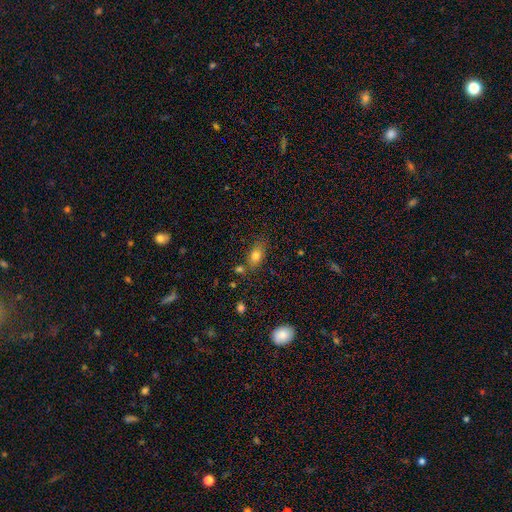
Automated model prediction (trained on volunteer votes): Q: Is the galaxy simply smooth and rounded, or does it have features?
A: smooth — 79%.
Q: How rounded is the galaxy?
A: in between — 80%.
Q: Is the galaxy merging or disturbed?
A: none — 68%.